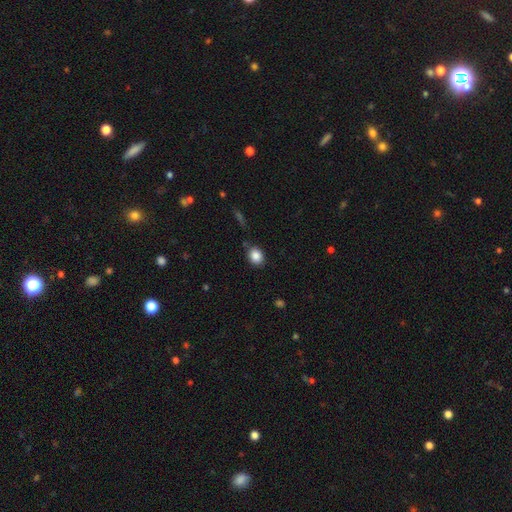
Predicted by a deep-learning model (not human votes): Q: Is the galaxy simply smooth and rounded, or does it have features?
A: smooth — 86%.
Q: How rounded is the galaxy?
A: in between — 50%.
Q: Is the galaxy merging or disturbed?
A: none — 82%.